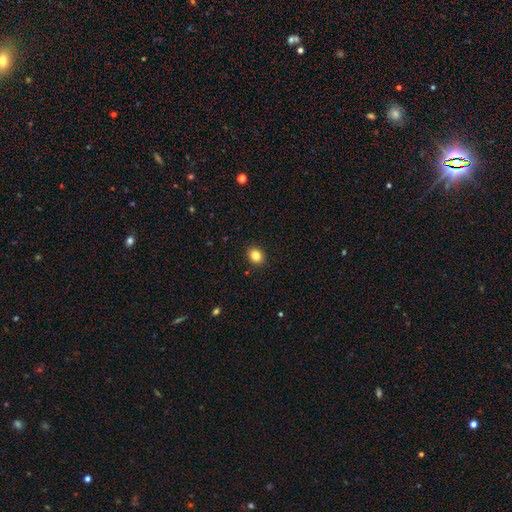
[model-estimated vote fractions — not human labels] Smooth or featured: smooth — 84% (star or artifact — 11%)
How rounded: round — 59% (in between — 40%)
Merging: none — 91% (minor disturbance — 6%)